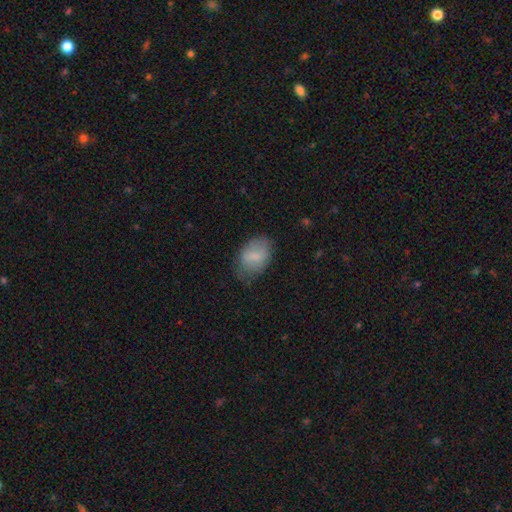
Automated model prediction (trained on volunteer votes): Smooth or featured: smooth — 75% (featured or disk — 17%)
How rounded: in between — 85% (round — 14%)
Merging: none — 70% (minor disturbance — 22%)